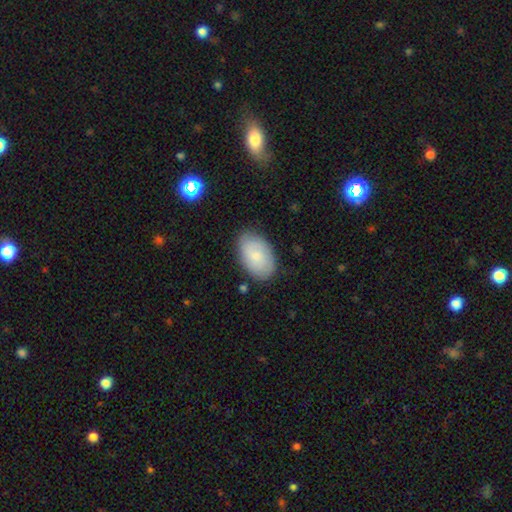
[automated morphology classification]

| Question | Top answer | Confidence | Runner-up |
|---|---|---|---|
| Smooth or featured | smooth | 72% | featured or disk (21%) |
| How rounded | in between | 91% | round (8%) |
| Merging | none | 81% | minor disturbance (15%) |